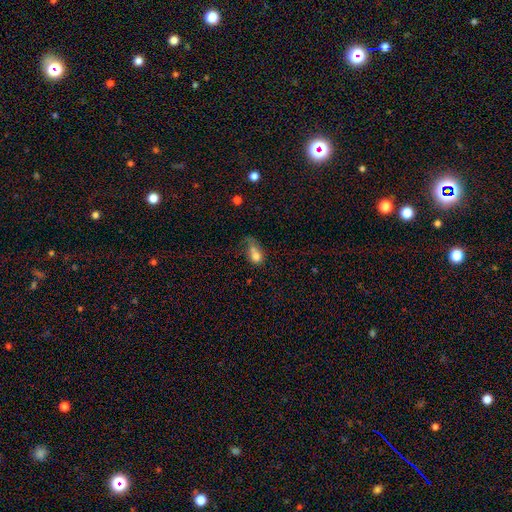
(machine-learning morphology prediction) Q: Smooth or featured?
A: smooth (71%); runner-up: featured or disk (17%)
Q: How rounded?
A: in between (55%); runner-up: round (43%)
Q: Merging?
A: merger (36%); runner-up: major disturbance (25%)